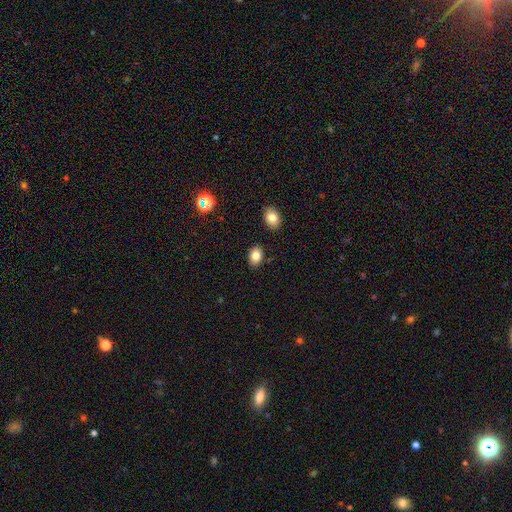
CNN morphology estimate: smooth 82%, star or artifact 10%, featured or disk 8%. Down the decision tree: how rounded — in between (79%); merging — none (86%).